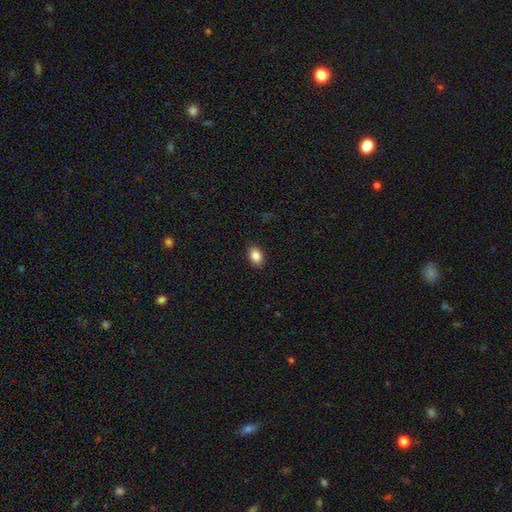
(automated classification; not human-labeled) Overall: smooth (86%). How rounded: in between (77%). Merging: none (89%).